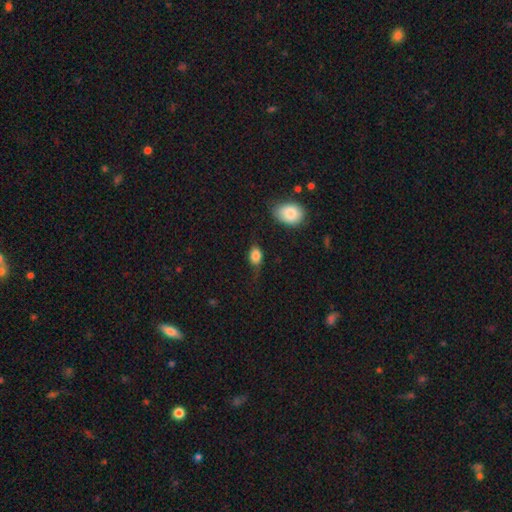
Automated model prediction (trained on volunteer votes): Smooth or featured? smooth (83%)
How rounded? in between (77%)
Merging? none (45%)